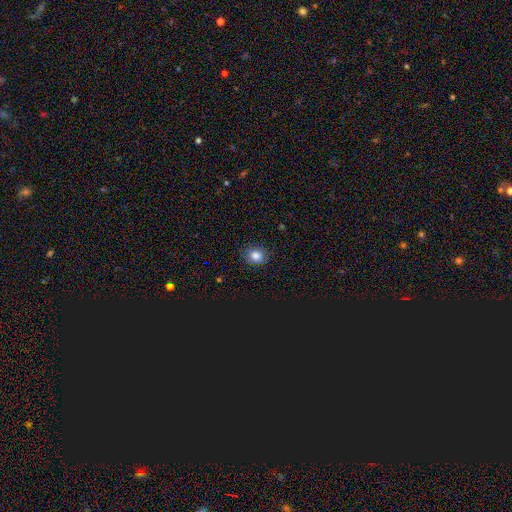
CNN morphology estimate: Smooth or featured: smooth — 81% (star or artifact — 13%)
How rounded: round — 67% (in between — 32%)
Merging: none — 84% (minor disturbance — 12%)